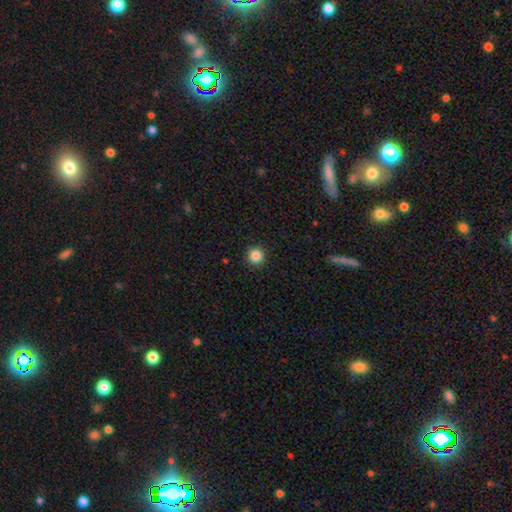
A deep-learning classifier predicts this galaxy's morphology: Q: Smooth or featured?
A: smooth (86%); runner-up: star or artifact (11%)
Q: How rounded?
A: round (96%); runner-up: in between (3%)
Q: Merging?
A: none (93%); runner-up: minor disturbance (4%)